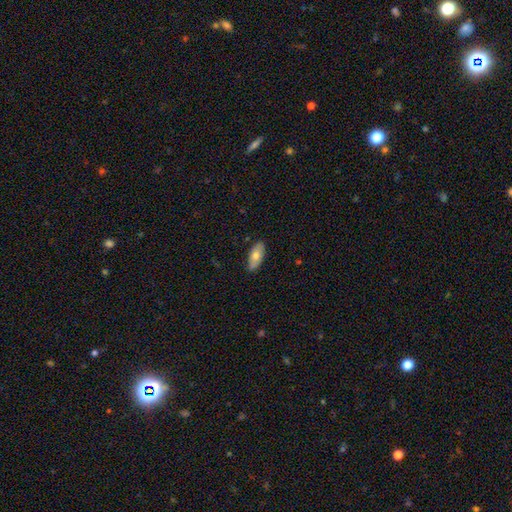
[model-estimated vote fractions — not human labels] Morphology: type=smooth (67%); roundness=in between (89%); merging=none (83%).